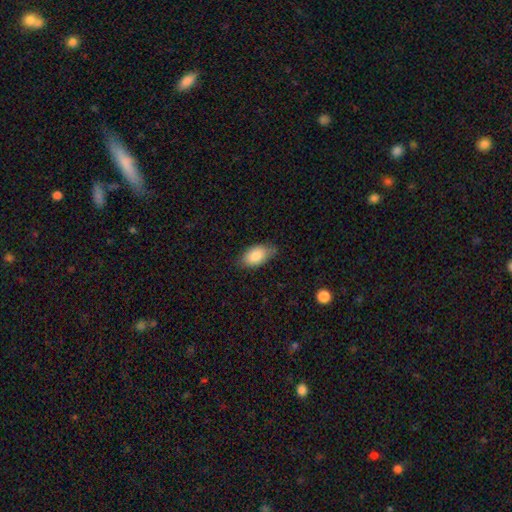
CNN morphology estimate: Smooth or featured? Predicted: smooth (p=0.84). How rounded? Predicted: in between (p=0.93). Merging? Predicted: none (p=0.69).